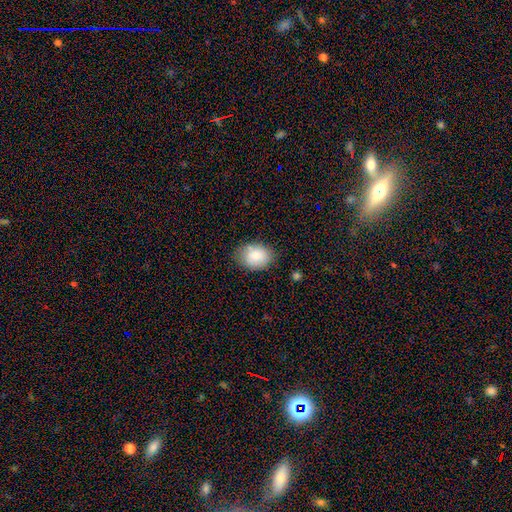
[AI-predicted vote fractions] smooth 84%, featured or disk 9%, star or artifact 7%. Down the decision tree: how rounded — in between (67%); merging — none (75%).